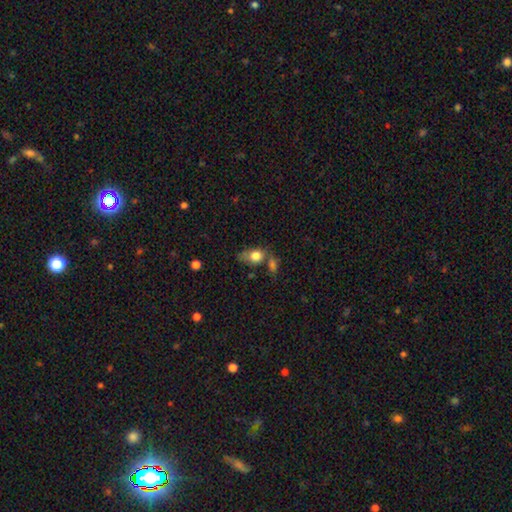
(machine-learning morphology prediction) smooth-or-featured: smooth: 79% | featured or disk: 12% | star or artifact: 9%
  how-rounded: in between: 68% | round: 29% | cigar-shaped: 3%
  merging: none: 37% | merger: 24% | minor disturbance: 24% | major disturbance: 15%